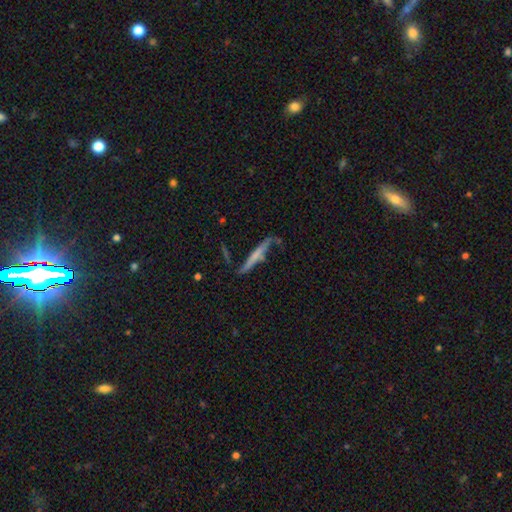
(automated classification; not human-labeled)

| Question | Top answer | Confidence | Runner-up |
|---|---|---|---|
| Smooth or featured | featured or disk | 48% | smooth (45%) |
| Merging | none | 61% | minor disturbance (23%) |